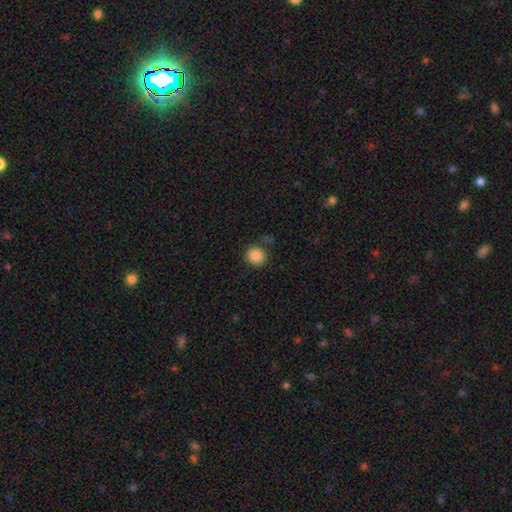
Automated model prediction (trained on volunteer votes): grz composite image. It shows a smooth galaxy with no disk features (87%) that is round (87%). Merging: none (80%).